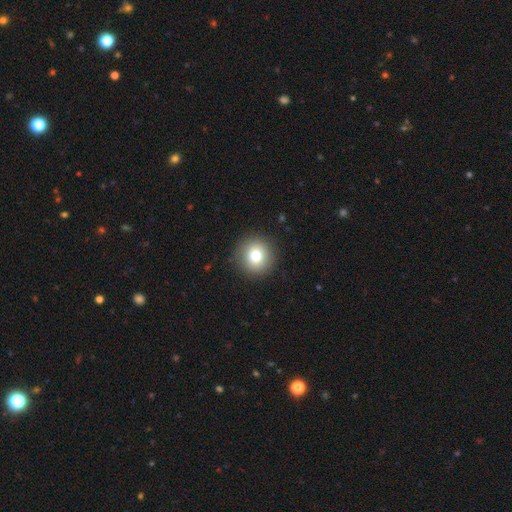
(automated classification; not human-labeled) The model was most divided on "smooth or featured": smooth: 76%, featured or disk: 12%, star or artifact: 12%. More confident: how rounded — round (95%); merging — none (91%).